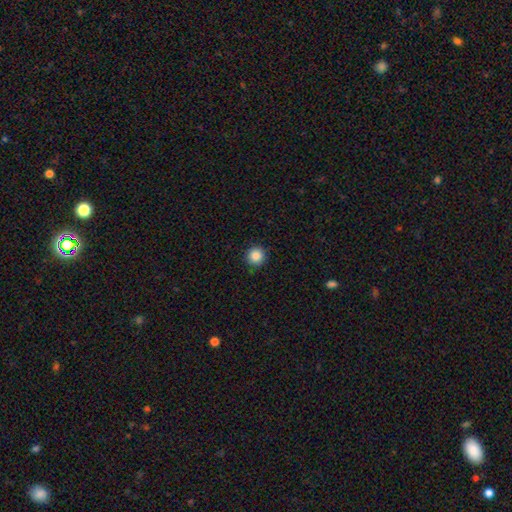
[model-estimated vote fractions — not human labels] This is clearly a smooth galaxy (86%). How rounded: clearly round (95%). Merging: clearly none (91%).